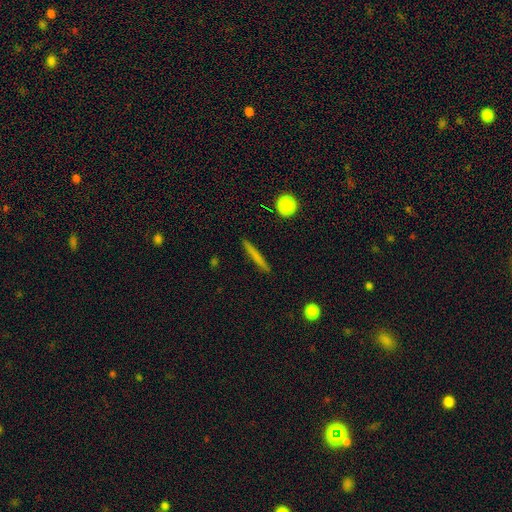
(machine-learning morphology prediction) This appears to be a smooth galaxy with no disk features (66%) that is cigar-shaped (94%). Merging: none (90%).